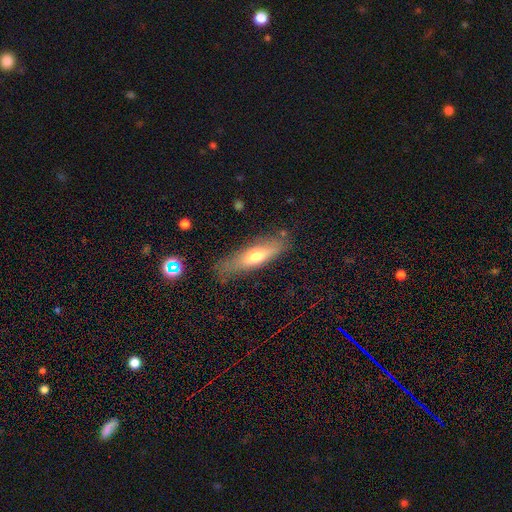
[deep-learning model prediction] This appears to be a smooth galaxy with no disk features (58%) that is cigar-shaped (57%). Merging: none (73%).